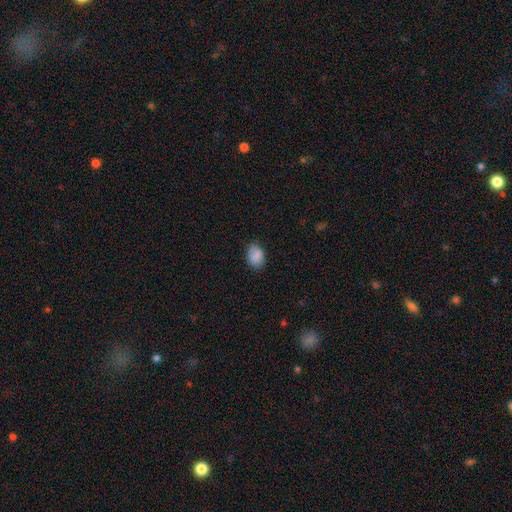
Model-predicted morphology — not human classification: type=smooth (84%); roundness=in between (77%); merging=none (78%).